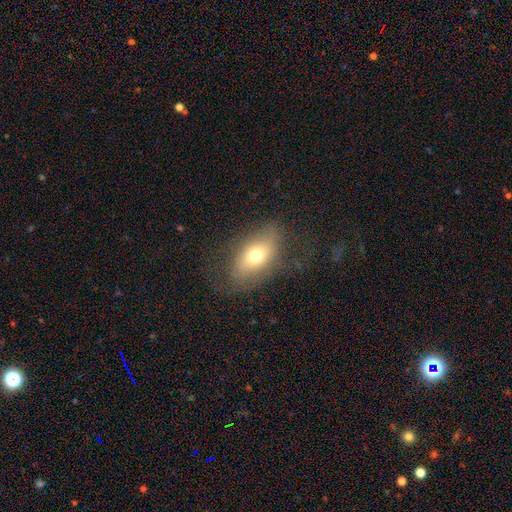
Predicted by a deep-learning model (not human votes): Smooth or featured?
  - smooth: 65% *
  - featured or disk: 26%
  - star or artifact: 10%
How rounded?
  - in between: 88% *
  - round: 8%
  - cigar-shaped: 4%
Merging?
  - none: 64% *
  - minor disturbance: 20%
  - major disturbance: 15%
  - merger: 1%